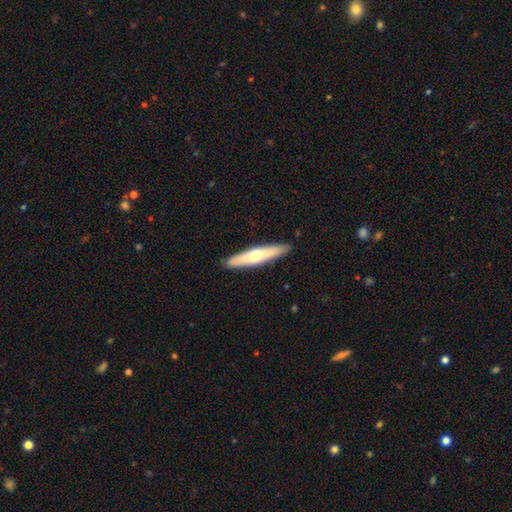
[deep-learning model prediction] smooth 50%, featured or disk 45%, star or artifact 5%. Down the decision tree: how rounded — cigar-shaped (87%); merging — none (90%).